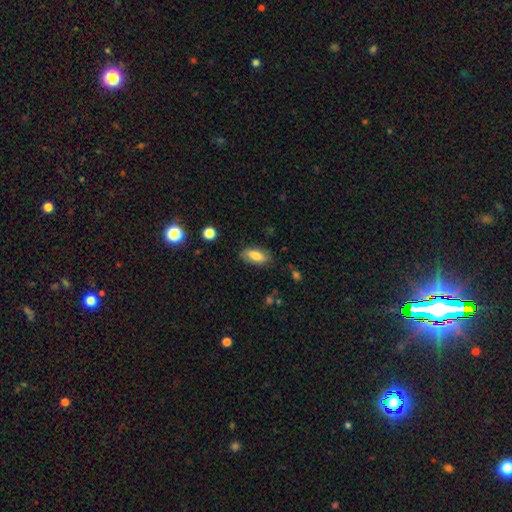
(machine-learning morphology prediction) smooth_or_featured: smooth (p=0.75) [alt: featured or disk p=0.18]
how_rounded: in between (p=0.84) [alt: cigar-shaped p=0.14]
merging: none (p=0.78) [alt: minor disturbance p=0.17]